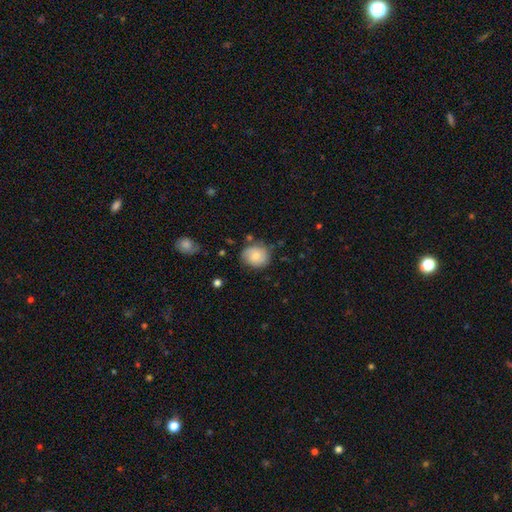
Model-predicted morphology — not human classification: This appears to be a smooth galaxy with no disk features (73%) that is round (73%). Merging: none (71%).